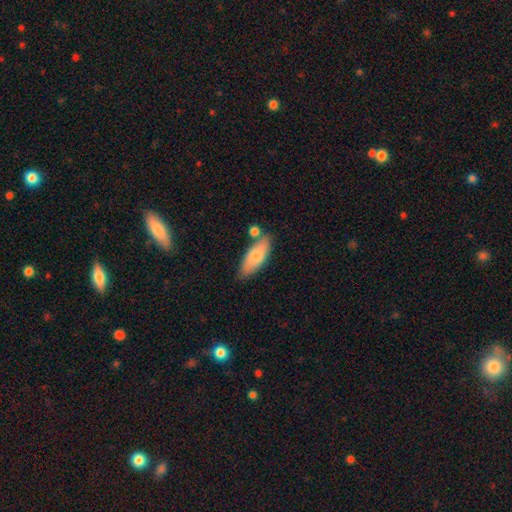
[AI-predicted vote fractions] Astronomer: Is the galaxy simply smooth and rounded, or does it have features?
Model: smooth — 76%.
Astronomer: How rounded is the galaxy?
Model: in between — 76%.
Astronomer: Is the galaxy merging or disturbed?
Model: none — 68%.